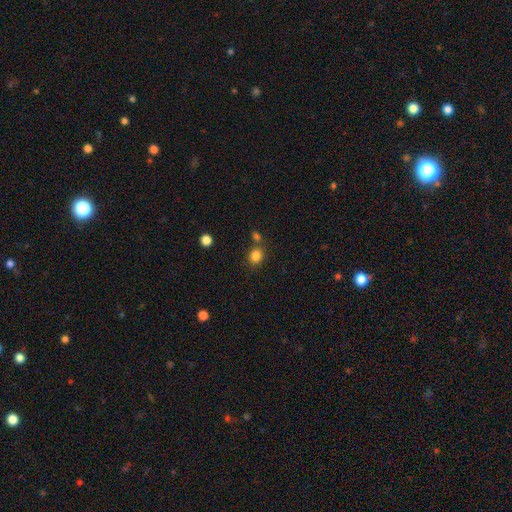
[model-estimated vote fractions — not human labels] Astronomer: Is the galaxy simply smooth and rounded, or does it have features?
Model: smooth — 83%.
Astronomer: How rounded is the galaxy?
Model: round — 71%.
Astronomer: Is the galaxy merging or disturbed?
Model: none — 72%.